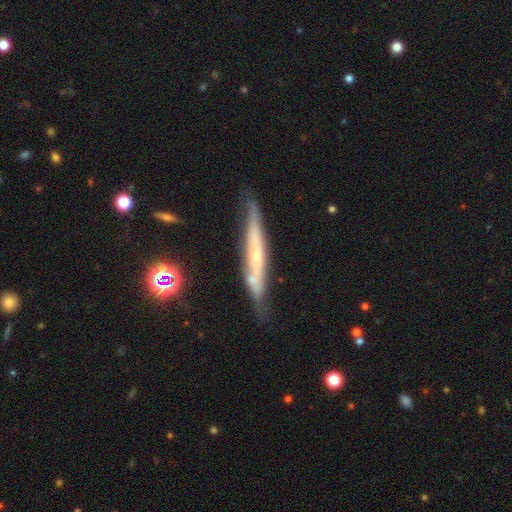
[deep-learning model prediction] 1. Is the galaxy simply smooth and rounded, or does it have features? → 63% featured or disk, 29% smooth, 8% star or artifact.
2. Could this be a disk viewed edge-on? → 84% yes, 16% no.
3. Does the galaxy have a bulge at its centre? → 58% none, 33% rounded, 9% boxy.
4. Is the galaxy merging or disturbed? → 70% none, 21% minor disturbance, 5% merger, 4% major disturbance.